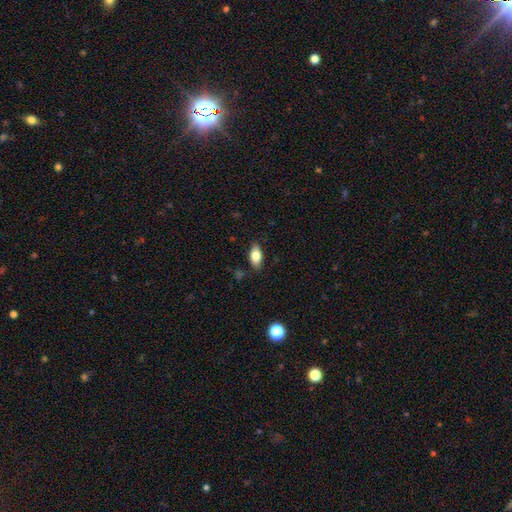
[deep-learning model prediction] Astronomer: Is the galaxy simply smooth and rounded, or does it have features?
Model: smooth — 80%.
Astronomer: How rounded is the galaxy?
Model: in between — 89%.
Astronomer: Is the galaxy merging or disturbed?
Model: none — 84%.